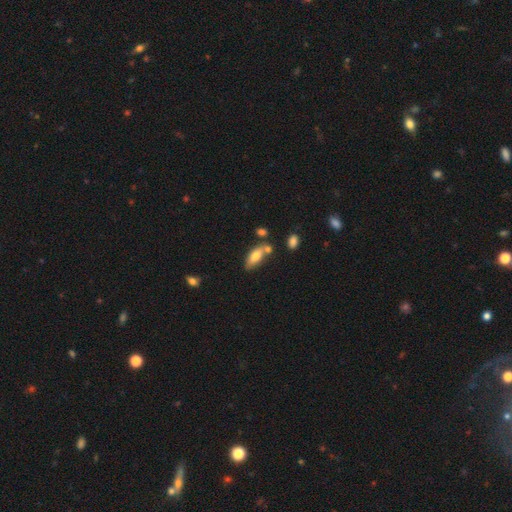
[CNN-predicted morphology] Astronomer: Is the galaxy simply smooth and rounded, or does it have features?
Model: smooth — 70%.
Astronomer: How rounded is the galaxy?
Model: in between — 75%.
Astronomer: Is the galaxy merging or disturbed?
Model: none — 56%.